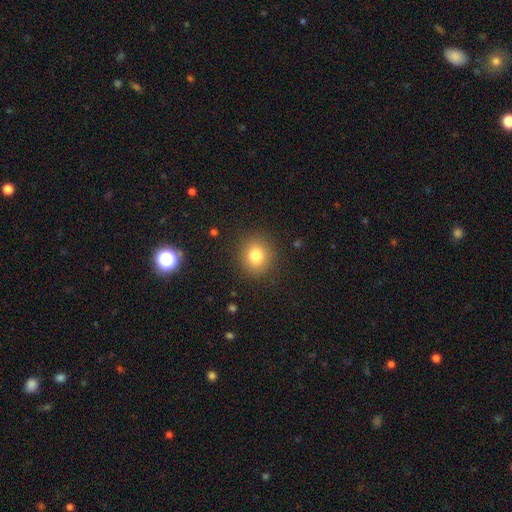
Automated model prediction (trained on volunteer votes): smooth-or-featured: smooth: 80% | star or artifact: 12% | featured or disk: 8%
  how-rounded: round: 85% | in between: 14% | cigar-shaped: 1%
  merging: none: 89% | minor disturbance: 7% | major disturbance: 3% | merger: 1%